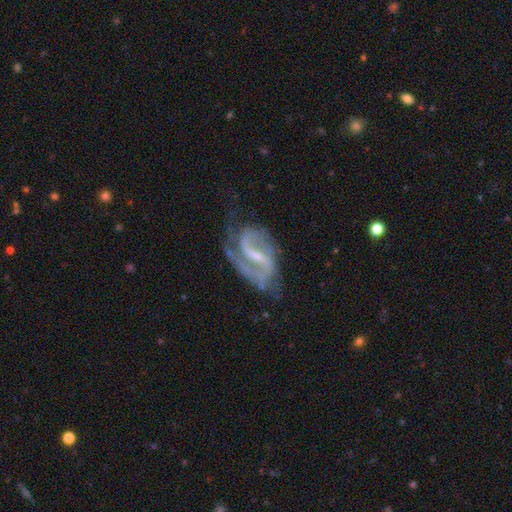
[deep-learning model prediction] A featured or disk galaxy (89%) with a weak bar (45%), 2 (81%) medium (52%) spiral arms (96%) and a small central bulge (58%).

Vote fractions:
- Smooth or featured? featured or disk: 89% / star or artifact: 6% / smooth: 5%
- Edge-on disk? no: 97% / yes: 3%
- Bar? weak: 45% / strong: 43% / no: 12%
- Spiral arms? yes: 96% / no: 4%
- Spiral winding? medium: 52% / loose: 28% / tight: 20%
- Spiral arm count? 2: 81% / 1: 6% / can't tell: 6% / 3: 4% / 4: 1% / more than 4: 1%
- Bulge size? small: 58% / moderate: 24% / none: 15% / large: 1% / dominant: 1%
- Merging? none: 55% / minor disturbance: 24% / major disturbance: 19% / merger: 3%